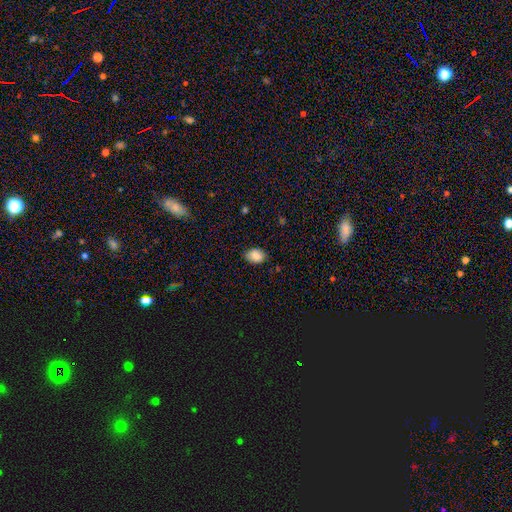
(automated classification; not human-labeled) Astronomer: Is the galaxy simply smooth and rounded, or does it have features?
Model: smooth — 87%.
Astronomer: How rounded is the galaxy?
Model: in between — 72%.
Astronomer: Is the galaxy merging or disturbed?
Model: none — 82%.